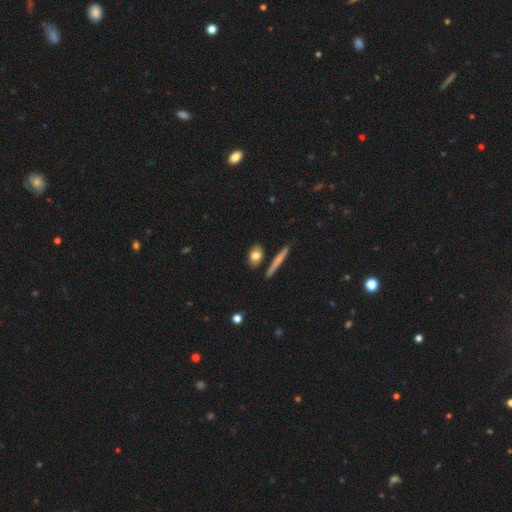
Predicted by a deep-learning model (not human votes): Smooth or featured? Predicted: smooth (p=0.77). How rounded? Predicted: in between (p=0.63). Merging? Predicted: none (p=0.80).